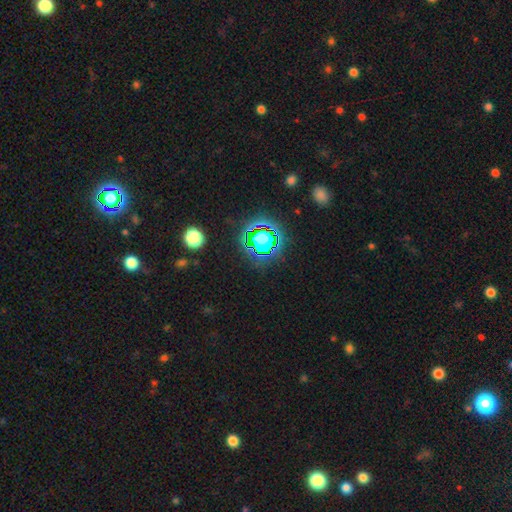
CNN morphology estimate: Smooth or featured? Predicted: star or artifact (p=0.79).